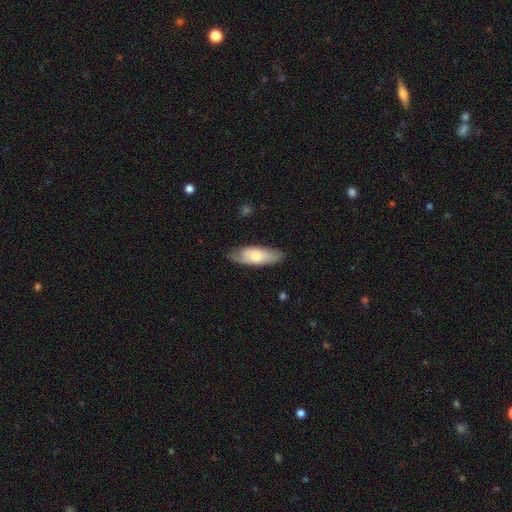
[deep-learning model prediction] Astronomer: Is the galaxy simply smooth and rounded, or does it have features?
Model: smooth — 66%.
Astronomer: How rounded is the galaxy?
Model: in between — 69%.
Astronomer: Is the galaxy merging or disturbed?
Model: none — 77%.